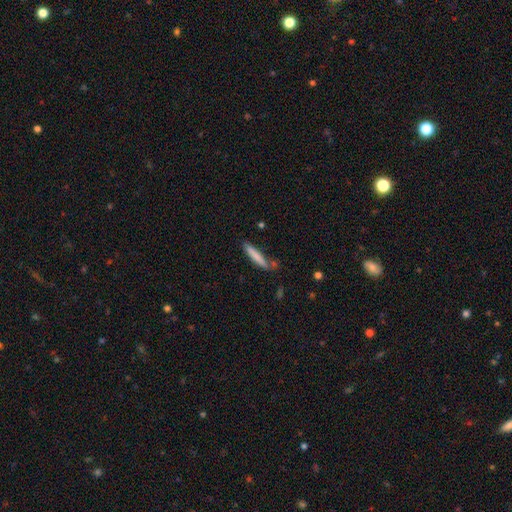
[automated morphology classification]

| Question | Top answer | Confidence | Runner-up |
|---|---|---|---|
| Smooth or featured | smooth | 77% | featured or disk (17%) |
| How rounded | cigar-shaped | 92% | in between (7%) |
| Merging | none | 74% | minor disturbance (17%) |